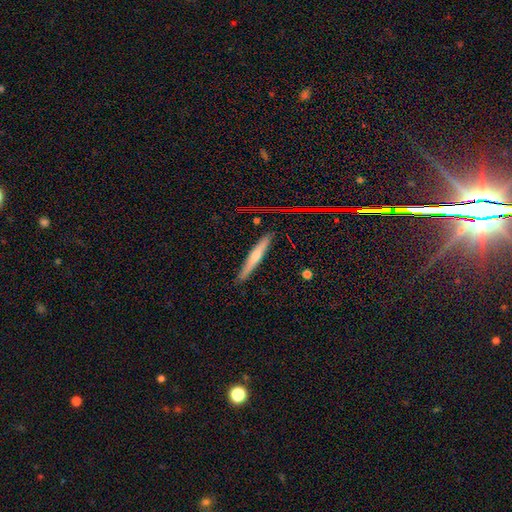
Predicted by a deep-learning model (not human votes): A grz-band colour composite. It shows a featured or disk galaxy (49%). Merging: none (88%).